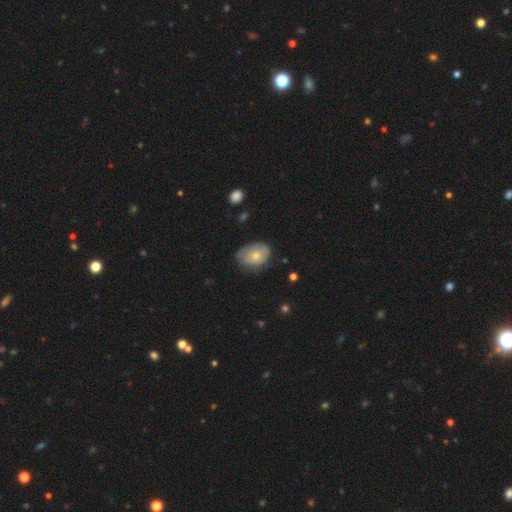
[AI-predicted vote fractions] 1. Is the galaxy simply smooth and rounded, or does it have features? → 61% smooth, 32% featured or disk, 7% star or artifact.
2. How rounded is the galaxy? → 70% in between, 29% round, 1% cigar-shaped.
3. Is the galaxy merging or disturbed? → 56% none, 33% minor disturbance, 10% major disturbance, 1% merger.